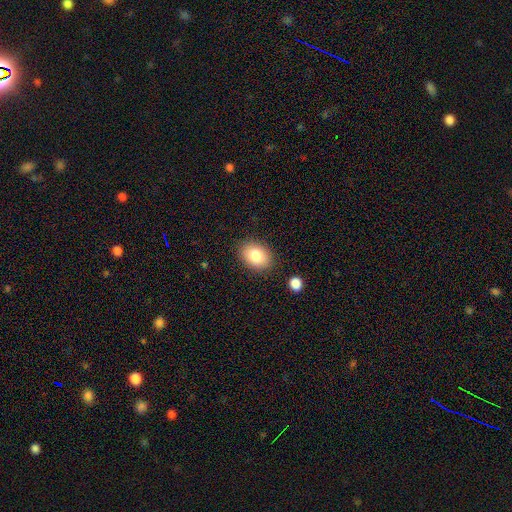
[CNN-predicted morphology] The model was most divided on "how rounded": in between: 77%, round: 22%, cigar-shaped: 1%. More confident: merging — none (86%); smooth or featured — smooth (83%).